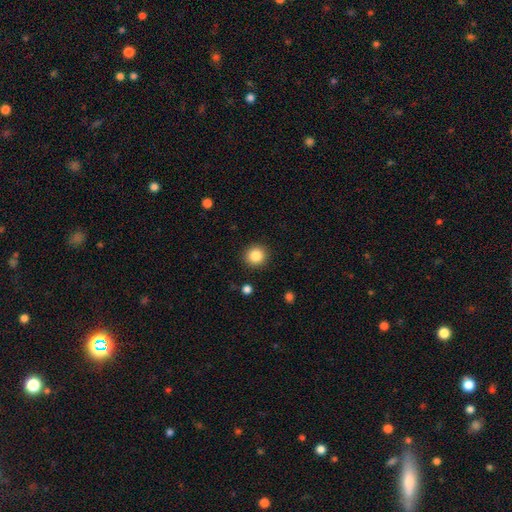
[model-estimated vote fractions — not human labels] This is clearly a smooth galaxy (85%). How rounded: clearly round (92%). Merging: clearly none (91%).